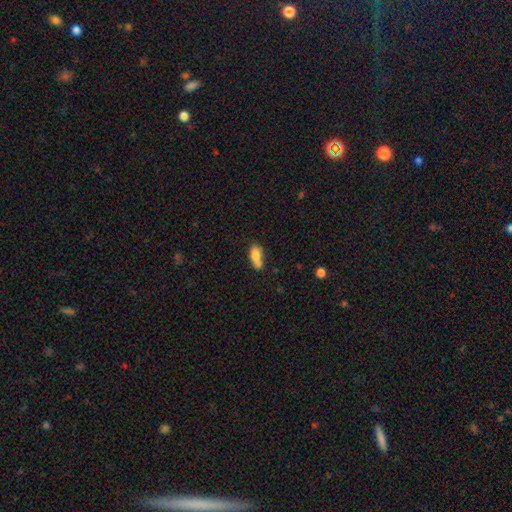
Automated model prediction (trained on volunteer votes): Smooth or featured? smooth (77%)
How rounded? in between (83%)
Merging? none (38%)